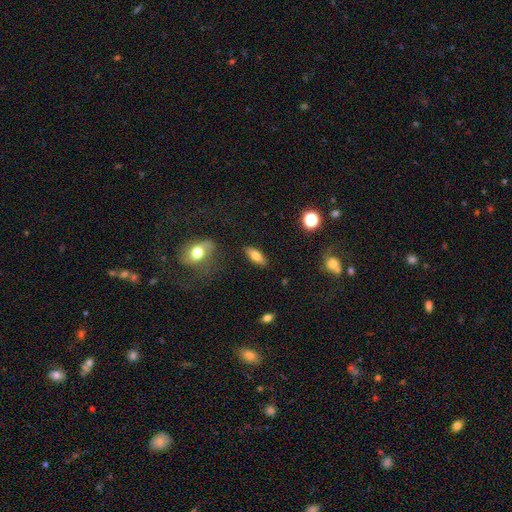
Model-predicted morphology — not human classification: smooth 66%, featured or disk 26%, star or artifact 8%. Down the decision tree: how rounded — in between (69%); merging — none (87%).